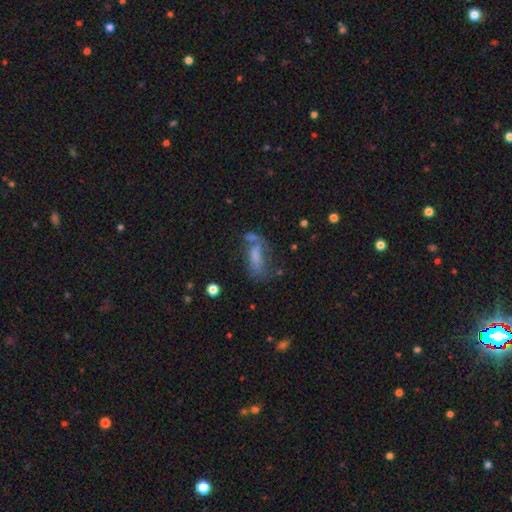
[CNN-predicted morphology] The model was most divided on "merging": none: 38%, major disturbance: 23%, minor disturbance: 22%, merger: 18%. Remaining: smooth or featured — smooth (50%).